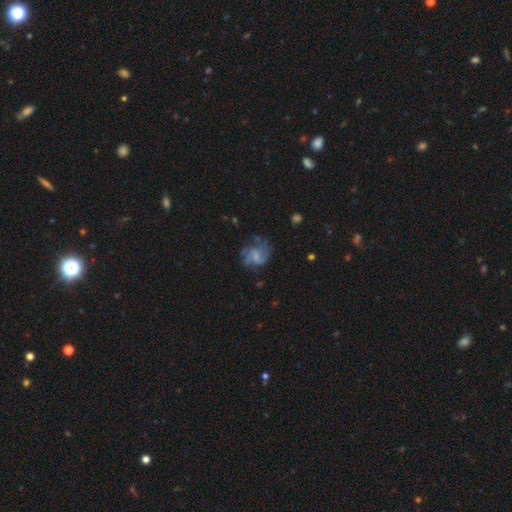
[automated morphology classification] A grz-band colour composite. It shows a featured or disk galaxy (62%) with no bar (47%), spiral arms (78%) and a small central bulge (41%). Merging: none (52%).